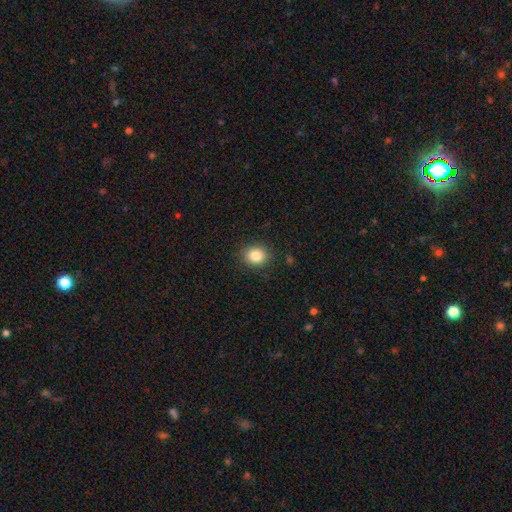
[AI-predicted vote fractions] A smooth galaxy with no disk features (84%) that is round (67%). Merging: none (88%).